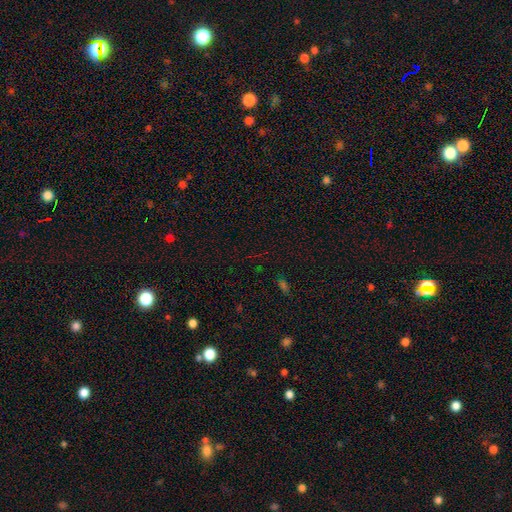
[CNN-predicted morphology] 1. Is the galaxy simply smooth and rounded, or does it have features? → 66% star or artifact, 25% smooth, 9% featured or disk.